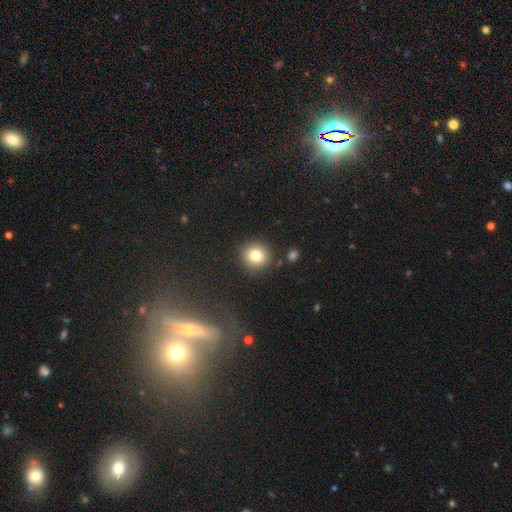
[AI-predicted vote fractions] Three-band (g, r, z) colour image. It shows a smooth galaxy with no disk features (80%) that is round (90%). Merging: none (87%).